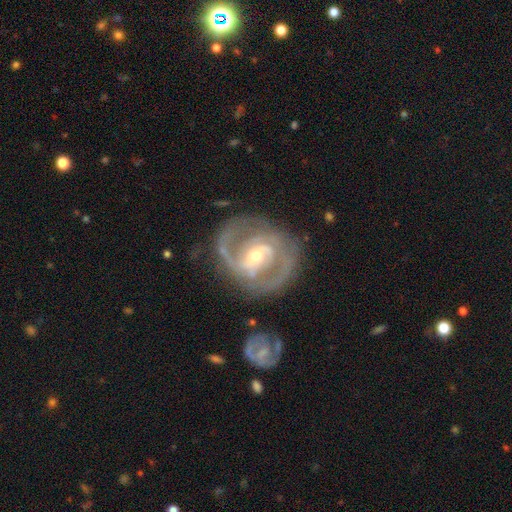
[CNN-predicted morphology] smooth-or-featured: featured or disk: 88% | smooth: 7% | star or artifact: 5%
  disk-edge-on: no: 97% | yes: 3%
    bar: weak: 43% | strong: 30% | no: 27%
    has-spiral-arms: yes: 94% | no: 6%
      spiral-winding: medium: 49% | tight: 37% | loose: 13%
      spiral-arm-count: 2: 74% | can't tell: 10% | 3: 9% | 1: 3% | 4: 2% | more than 4: 2%
    bulge-size: moderate: 50% | small: 45% | large: 3% | none: 1% | dominant: 1%
  merging: none: 71% | minor disturbance: 16% | major disturbance: 10% | merger: 3%